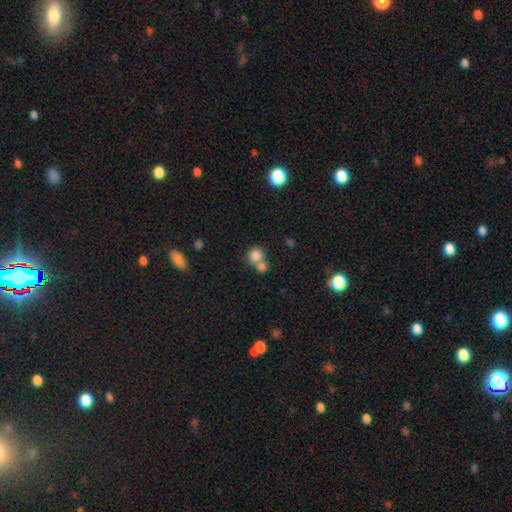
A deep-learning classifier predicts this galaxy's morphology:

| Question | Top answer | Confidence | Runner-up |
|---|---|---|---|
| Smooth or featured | smooth | 81% | star or artifact (10%) |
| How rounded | round | 74% | in between (25%) |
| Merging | merger | 52% | none (37%) |